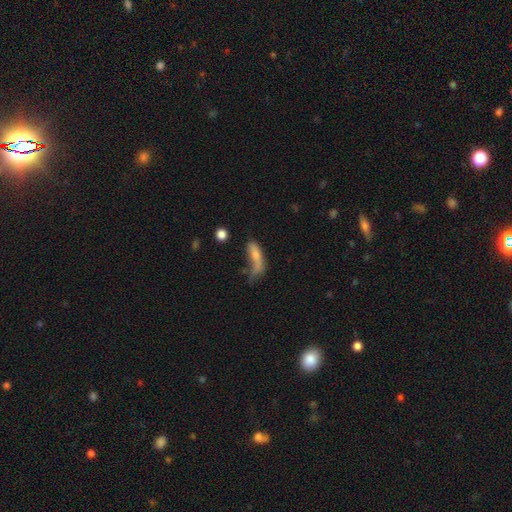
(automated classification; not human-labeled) Smooth or featured?
  - smooth: 68% *
  - featured or disk: 22%
  - star or artifact: 9%
How rounded?
  - cigar-shaped: 49% *
  - in between: 47%
  - round: 4%
Merging?
  - major disturbance: 36% *
  - none: 27%
  - minor disturbance: 24%
  - merger: 12%